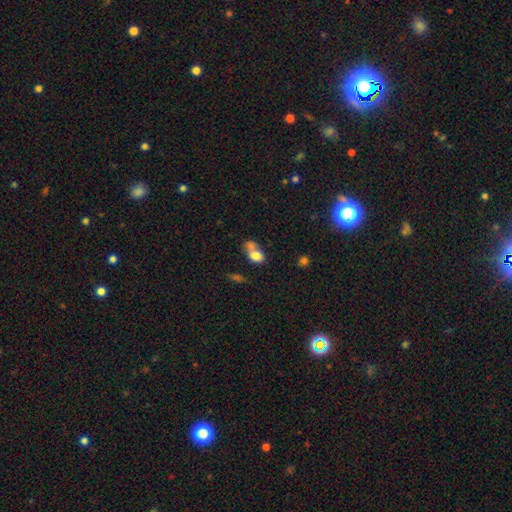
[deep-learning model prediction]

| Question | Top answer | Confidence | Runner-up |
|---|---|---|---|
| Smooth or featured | smooth | 76% | featured or disk (14%) |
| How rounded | in between | 70% | round (28%) |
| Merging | merger | 57% | none (24%) |